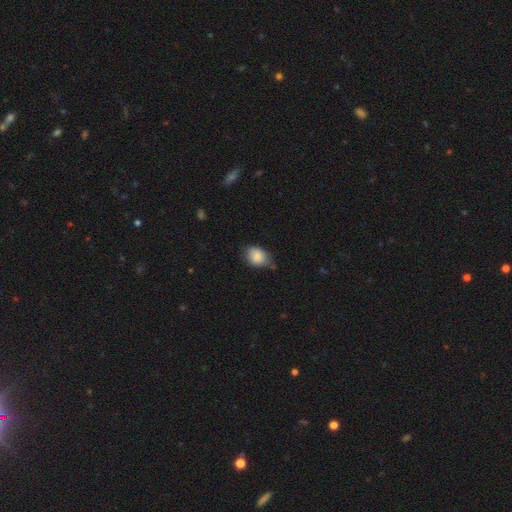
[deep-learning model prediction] This appears to be a smooth galaxy with no disk features (81%) that is in between round and cigar-shaped (71%). Merging: none (62%).